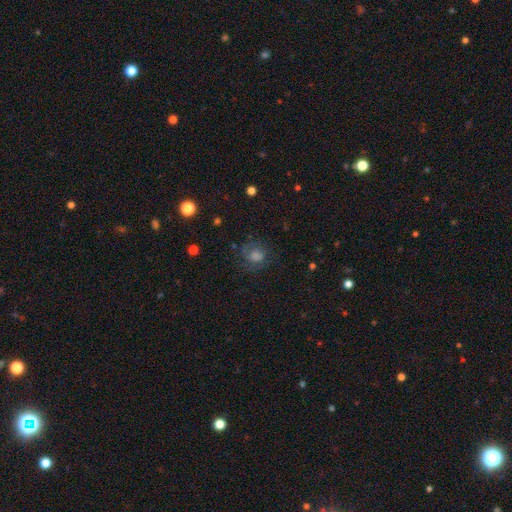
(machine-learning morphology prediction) A smooth galaxy with no disk features (50%) that is round (79%). Merging: none (71%).